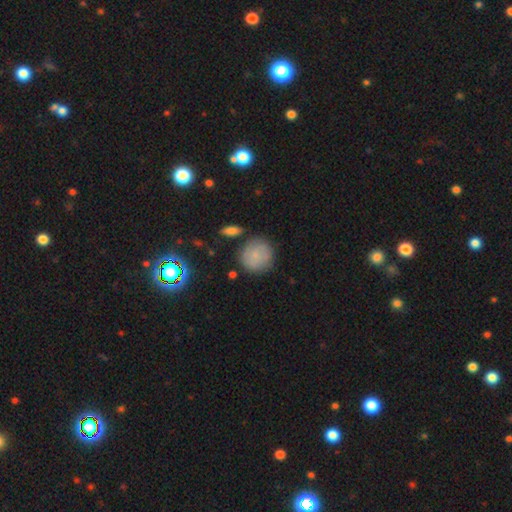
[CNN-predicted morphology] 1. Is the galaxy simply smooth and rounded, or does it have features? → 79% smooth, 12% featured or disk, 9% star or artifact.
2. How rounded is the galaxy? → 91% round, 8% in between, 1% cigar-shaped.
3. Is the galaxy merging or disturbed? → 76% none, 15% minor disturbance, 5% merger, 4% major disturbance.